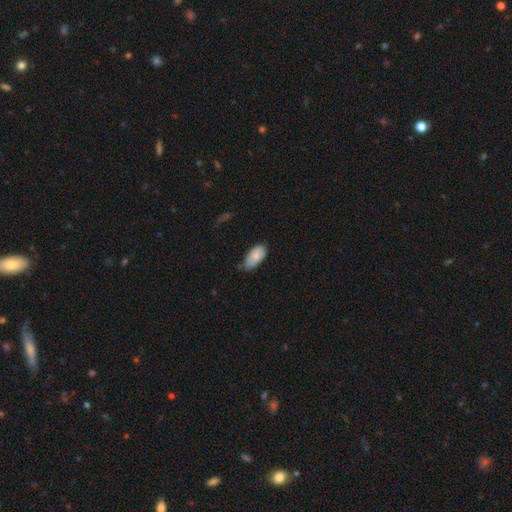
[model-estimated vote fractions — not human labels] Q: Smooth or featured?
A: smooth (83%); runner-up: featured or disk (10%)
Q: How rounded?
A: in between (94%); runner-up: cigar-shaped (4%)
Q: Merging?
A: none (56%); runner-up: minor disturbance (36%)